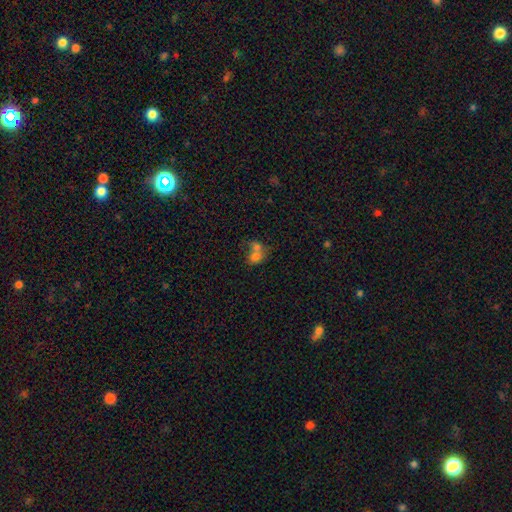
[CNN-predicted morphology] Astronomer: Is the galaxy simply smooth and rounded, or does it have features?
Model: smooth — 69%.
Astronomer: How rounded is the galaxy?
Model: round — 53% (runner-up: in between, 46%).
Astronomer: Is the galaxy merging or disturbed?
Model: merger — 71%.